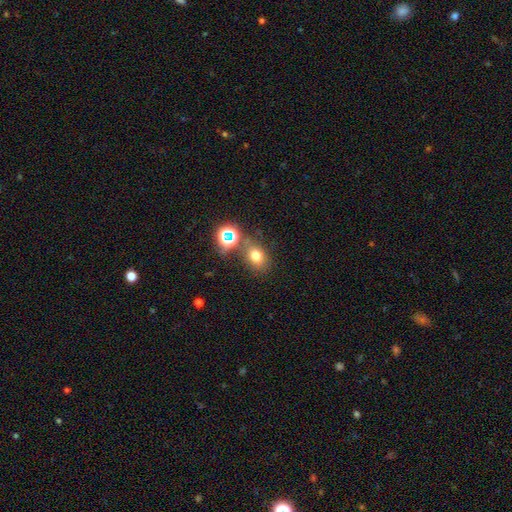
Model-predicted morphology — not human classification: smooth_or_featured: smooth (p=0.67) [alt: star or artifact p=0.22]
how_rounded: in between (p=0.54) [alt: round p=0.45]
merging: none (p=0.66) [alt: merger p=0.15]